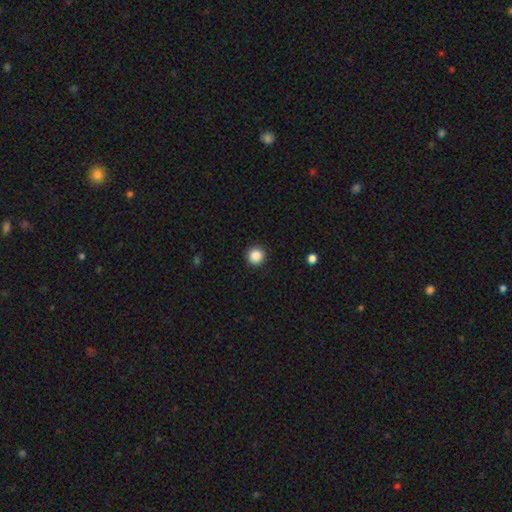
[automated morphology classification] Smooth or featured?
  - smooth: 88% *
  - star or artifact: 10%
  - featured or disk: 2%
How rounded?
  - round: 96% *
  - in between: 3%
  - cigar-shaped: 1%
Merging?
  - none: 93% *
  - minor disturbance: 5%
  - major disturbance: 2%
  - merger: 1%